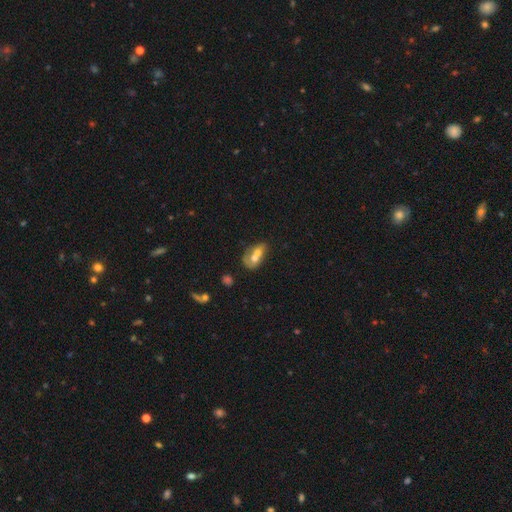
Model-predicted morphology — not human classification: A smooth galaxy with no disk features (57%) that is in between round and cigar-shaped (71%).

Vote fractions:
- Smooth or featured? smooth: 57% / featured or disk: 34% / star or artifact: 9%
- How rounded? in between: 71% / round: 25% / cigar-shaped: 4%
- Merging? merger: 73% / none: 13% / minor disturbance: 7% / major disturbance: 6%